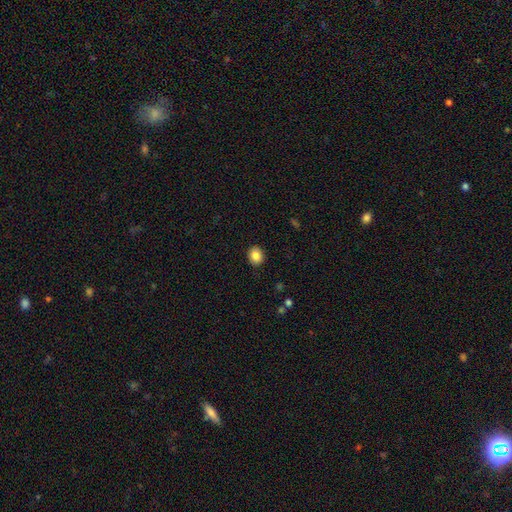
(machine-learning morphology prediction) smooth-or-featured: smooth: 85% | star or artifact: 9% | featured or disk: 6%
  how-rounded: round: 59% | in between: 40% | cigar-shaped: 1%
  merging: none: 91% | minor disturbance: 6% | major disturbance: 2% | merger: 1%